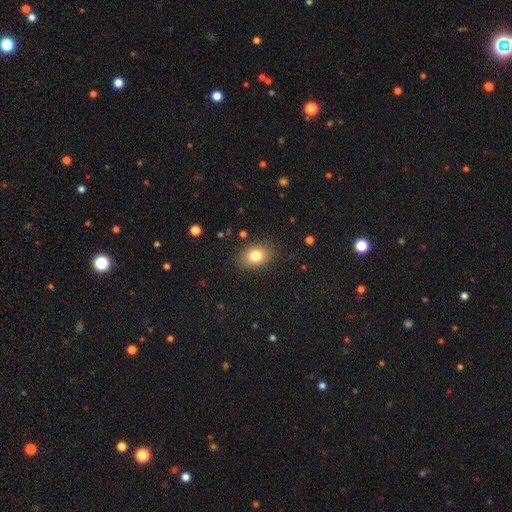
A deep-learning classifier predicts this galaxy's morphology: smooth-or-featured: smooth: 80% | featured or disk: 10% | star or artifact: 10%
  how-rounded: in between: 74% | round: 25% | cigar-shaped: 1%
  merging: none: 86% | minor disturbance: 10% | major disturbance: 3% | merger: 1%